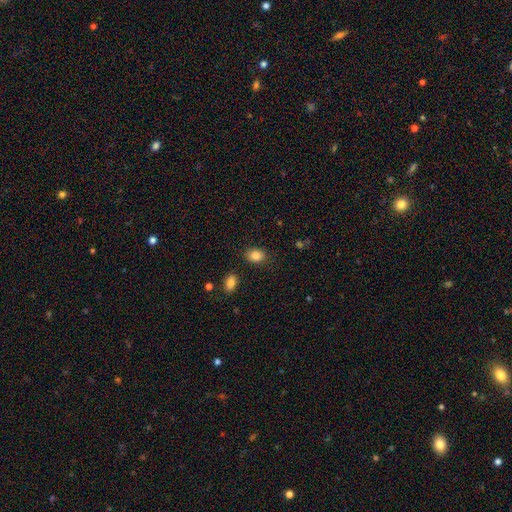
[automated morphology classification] This appears to be a smooth galaxy with no disk features (85%) that is in between round and cigar-shaped (70%). Merging: none (85%).